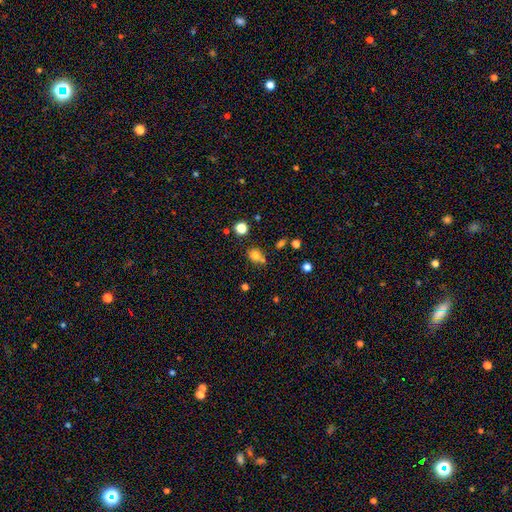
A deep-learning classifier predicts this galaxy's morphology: Q: Smooth or featured?
A: smooth (77%); runner-up: star or artifact (15%)
Q: How rounded?
A: round (71%); runner-up: in between (28%)
Q: Merging?
A: none (60%); runner-up: merger (22%)